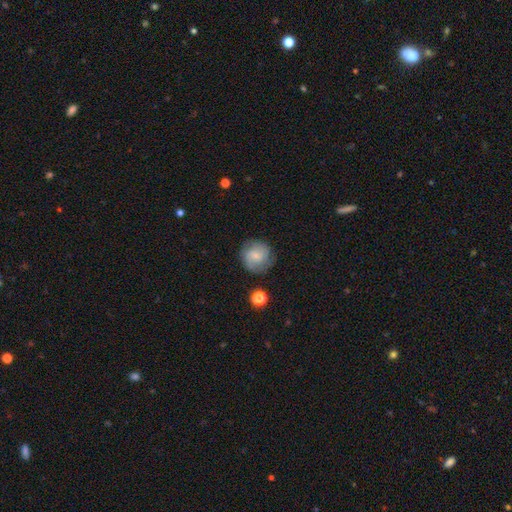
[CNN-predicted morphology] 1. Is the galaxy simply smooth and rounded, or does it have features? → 64% smooth, 28% featured or disk, 8% star or artifact.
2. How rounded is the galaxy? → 91% round, 8% in between, 1% cigar-shaped.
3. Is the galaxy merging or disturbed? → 77% none, 16% minor disturbance, 5% major disturbance, 2% merger.